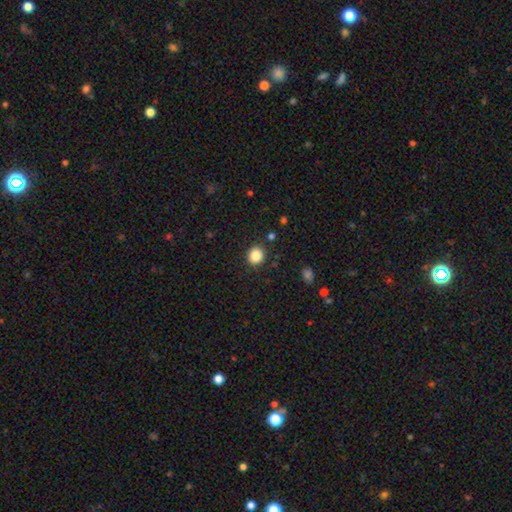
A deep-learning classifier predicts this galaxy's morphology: This appears to be a smooth galaxy with no disk features (85%) that is round (81%). Merging: none (89%).